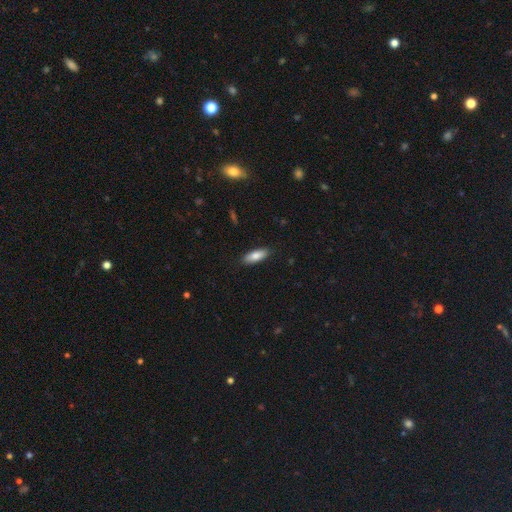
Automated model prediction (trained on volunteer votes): Morphology: type=smooth (83%); roundness=in between (70%); merging=none (88%).